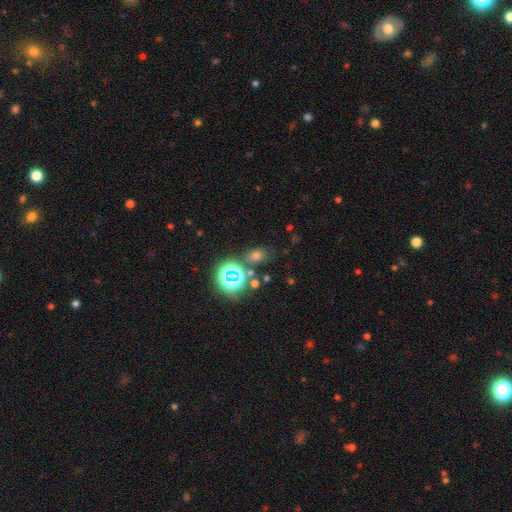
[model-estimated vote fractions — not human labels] Smooth or featured?
  - smooth: 54% *
  - star or artifact: 38%
  - featured or disk: 8%
How rounded?
  - in between: 54% *
  - round: 44%
  - cigar-shaped: 2%
Merging?
  - none: 73% *
  - minor disturbance: 13%
  - merger: 9%
  - major disturbance: 5%